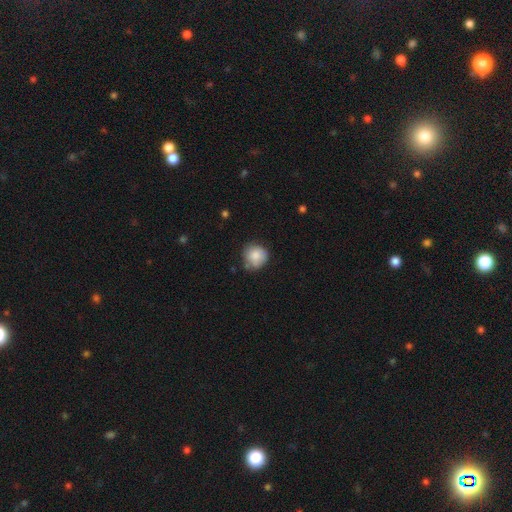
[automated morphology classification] This is clearly a smooth galaxy (84%). How rounded: clearly round (88%). Merging: likely none (65%).